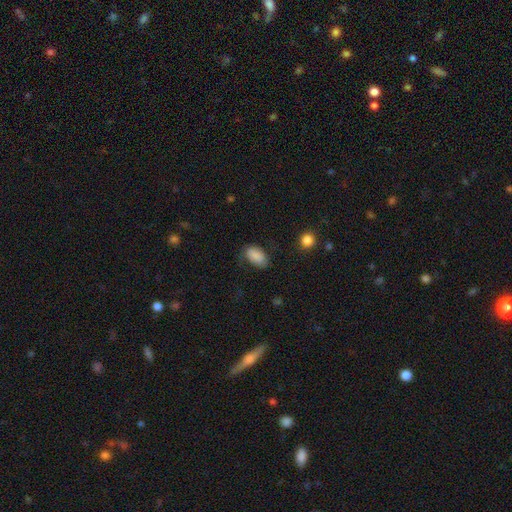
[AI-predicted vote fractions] This is clearly a smooth galaxy (85%). How rounded: clearly in between (93%). Merging: likely none (64%).